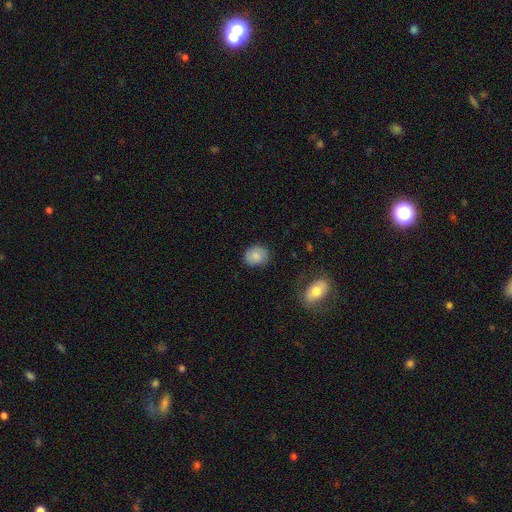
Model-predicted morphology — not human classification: Smooth or featured: smooth — 80% (featured or disk — 12%)
How rounded: round — 69% (in between — 30%)
Merging: none — 81% (minor disturbance — 15%)